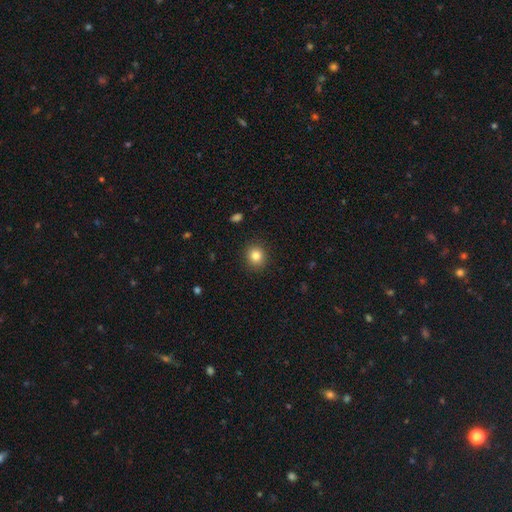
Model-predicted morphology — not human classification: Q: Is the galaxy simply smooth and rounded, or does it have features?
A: smooth — 84%.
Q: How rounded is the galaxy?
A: round — 85%.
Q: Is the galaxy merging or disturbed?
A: none — 90%.